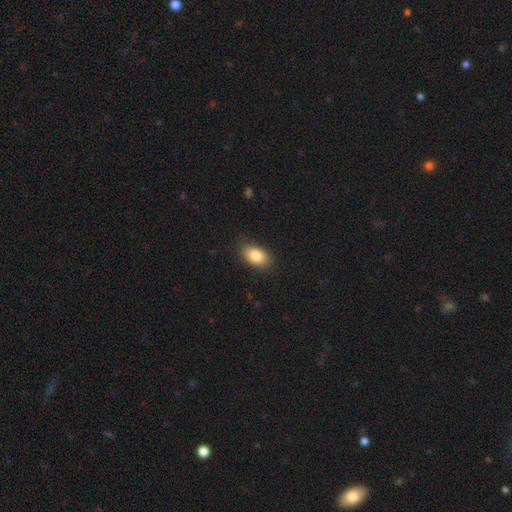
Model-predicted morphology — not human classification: smooth_or_featured: smooth (p=0.84) [alt: featured or disk p=0.09]
how_rounded: in between (p=0.90) [alt: round p=0.08]
merging: none (p=0.85) [alt: minor disturbance p=0.12]